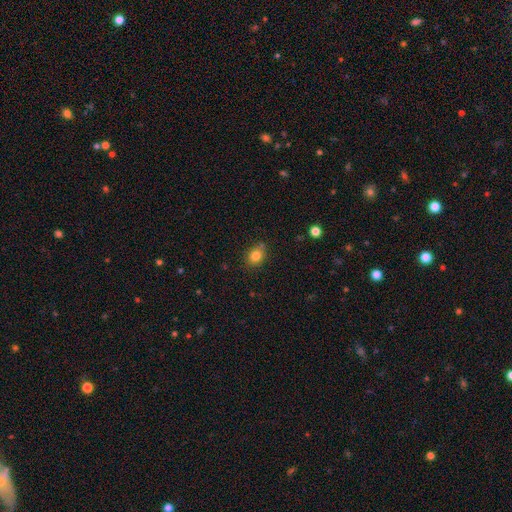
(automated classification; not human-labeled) This appears to be a smooth galaxy with no disk features (82%) that is round (58%). Merging: none (79%).